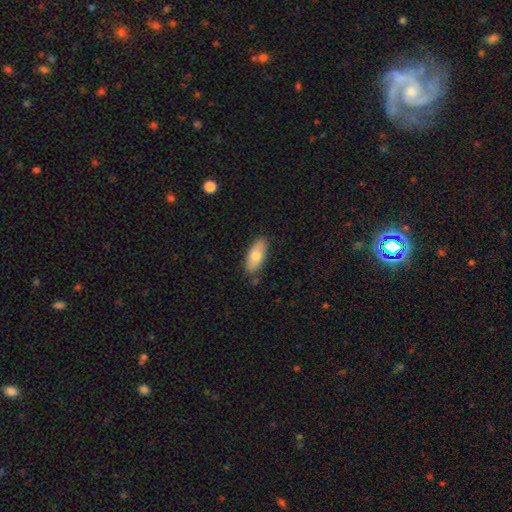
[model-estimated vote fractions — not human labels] This appears to be a smooth galaxy with no disk features (77%) that is in between round and cigar-shaped (83%). Merging: none (80%).